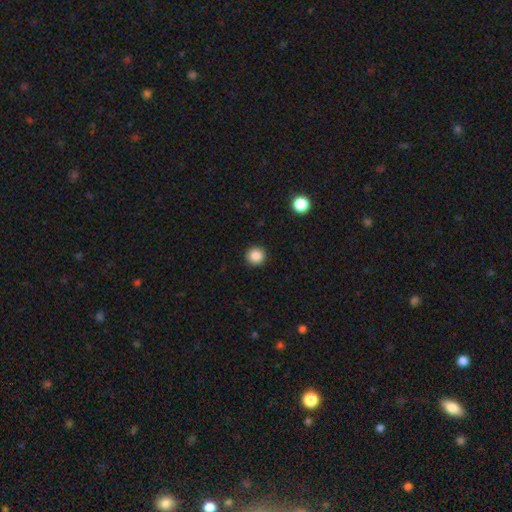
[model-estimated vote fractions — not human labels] Q: Smooth or featured?
A: smooth (86%); runner-up: star or artifact (10%)
Q: How rounded?
A: round (96%); runner-up: in between (3%)
Q: Merging?
A: none (93%); runner-up: minor disturbance (4%)